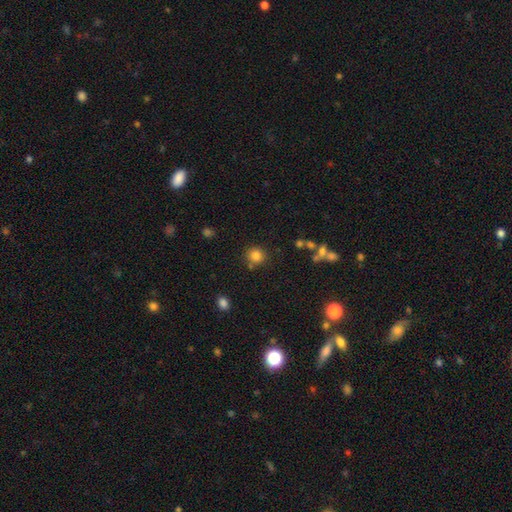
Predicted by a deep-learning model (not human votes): smooth 82%, star or artifact 12%, featured or disk 6%. Down the decision tree: how rounded — round (90%); merging — none (75%).